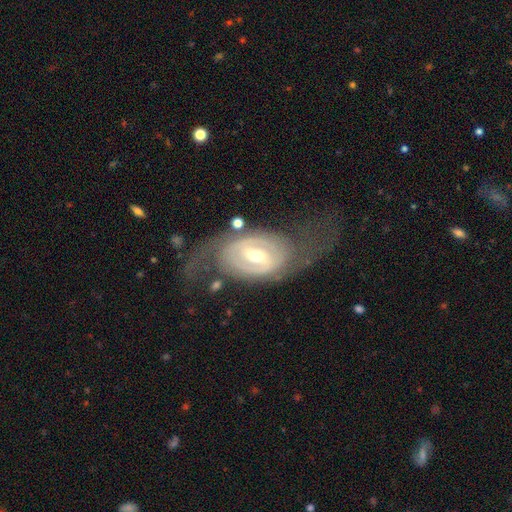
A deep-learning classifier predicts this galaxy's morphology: Smooth or featured: featured or disk — 84% (smooth — 10%)
Edge-on disk: no — 93% (yes — 7%)
Bar: weak — 40% (strong — 32%)
Spiral arms: yes — 79% (no — 21%)
Spiral winding: tight — 39% (medium — 36%)
Spiral arm count: 2 — 77% (can't tell — 14%)
Bulge size: moderate — 57% (small — 37%)
Merging: none — 58% (major disturbance — 23%)